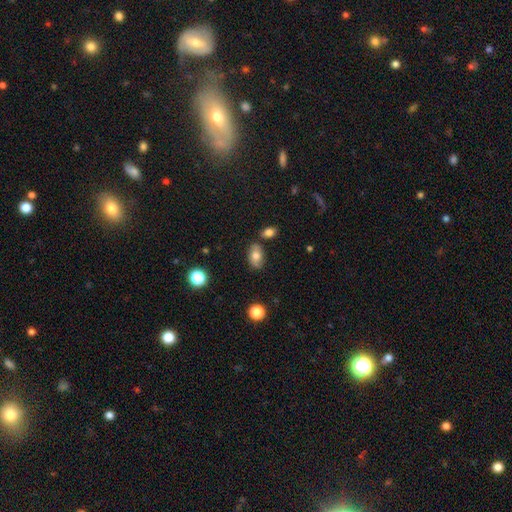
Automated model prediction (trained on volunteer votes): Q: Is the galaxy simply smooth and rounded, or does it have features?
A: smooth — 72%.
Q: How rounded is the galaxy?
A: in between — 88%.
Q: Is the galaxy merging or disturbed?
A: none — 76%.